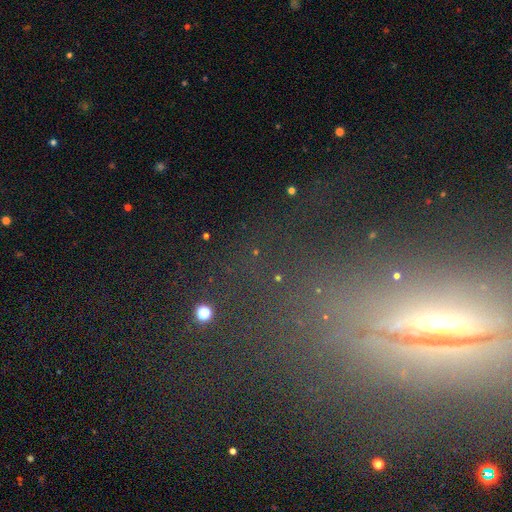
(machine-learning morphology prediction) Smooth or featured?
  - star or artifact: 56% *
  - featured or disk: 25%
  - smooth: 19%